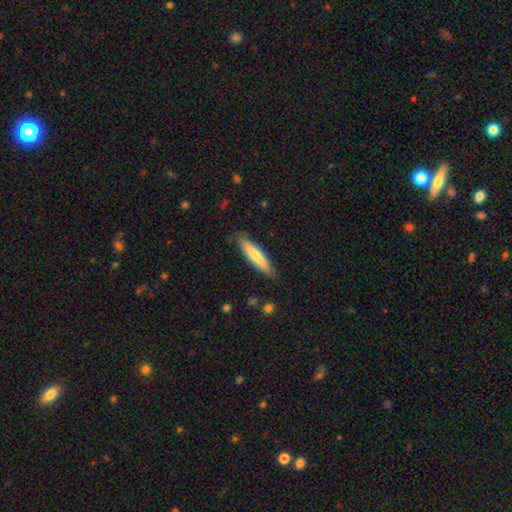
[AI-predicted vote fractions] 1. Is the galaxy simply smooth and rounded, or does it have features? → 69% smooth, 25% featured or disk, 5% star or artifact.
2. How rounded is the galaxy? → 85% cigar-shaped, 14% in between, 1% round.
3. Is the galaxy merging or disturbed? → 86% none, 10% minor disturbance, 2% major disturbance, 1% merger.